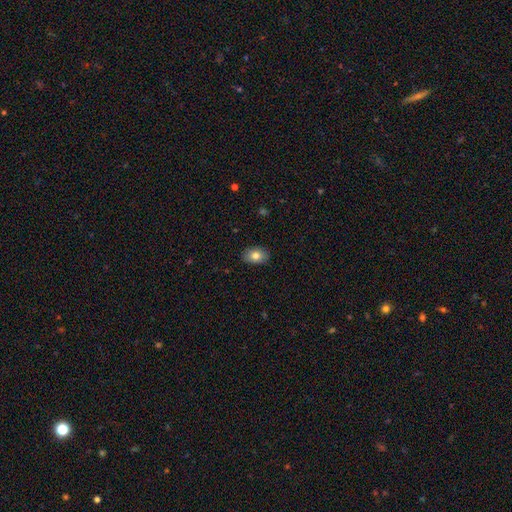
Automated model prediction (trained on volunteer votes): A smooth galaxy with no disk features (79%) that is in between round and cigar-shaped (84%).

Vote fractions:
- Smooth or featured? smooth: 79% / featured or disk: 12% / star or artifact: 8%
- How rounded? in between: 84% / round: 15% / cigar-shaped: 1%
- Merging? none: 88% / minor disturbance: 10% / major disturbance: 2% / merger: 1%